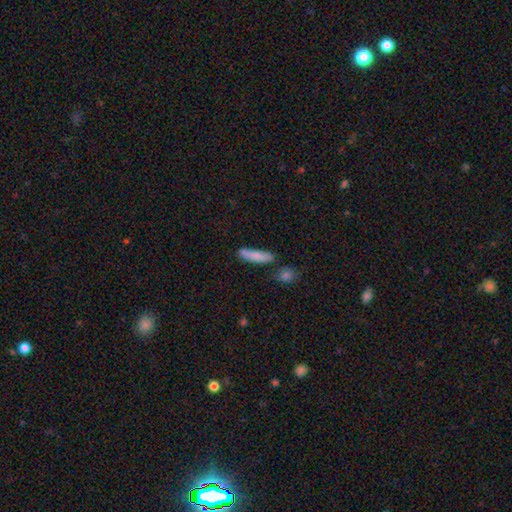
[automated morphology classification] Smooth or featured? smooth (81%)
How rounded? cigar-shaped (77%)
Merging? none (70%)